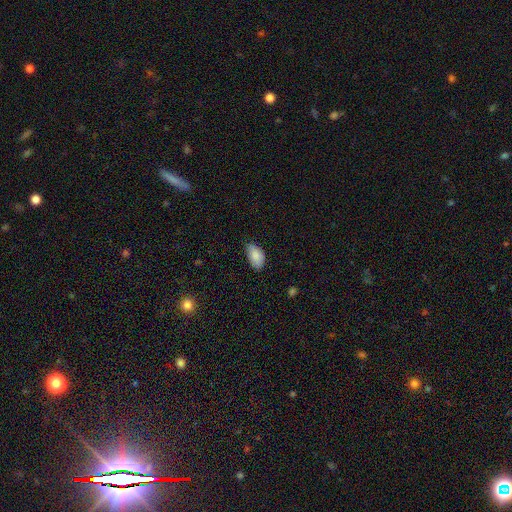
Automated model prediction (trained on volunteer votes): Smooth or featured? Predicted: smooth (p=0.87). How rounded? Predicted: in between (p=0.94). Merging? Predicted: none (p=0.66).